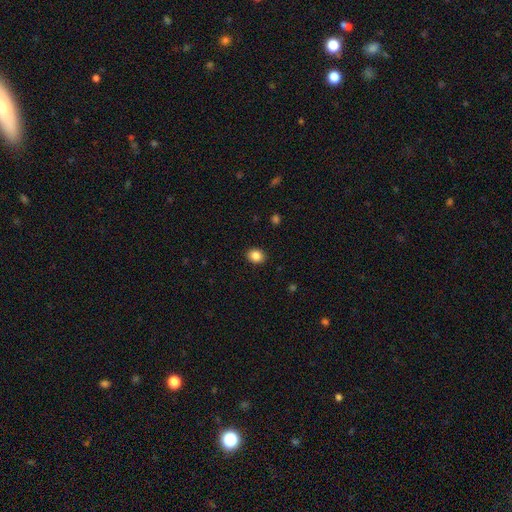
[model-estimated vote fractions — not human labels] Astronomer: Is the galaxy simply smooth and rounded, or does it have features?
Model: smooth — 86%.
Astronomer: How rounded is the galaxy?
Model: round — 51% (runner-up: in between, 48%).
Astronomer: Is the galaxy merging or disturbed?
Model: none — 90%.